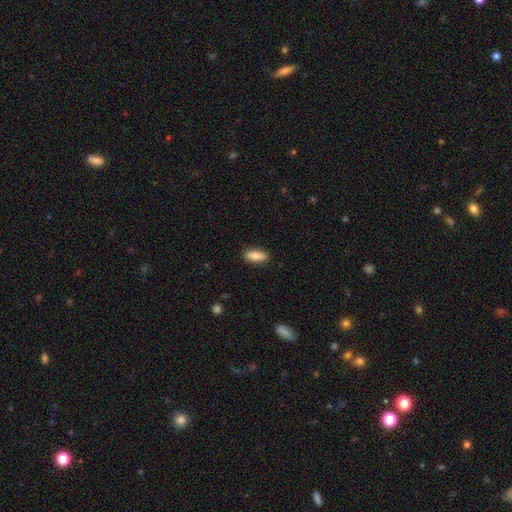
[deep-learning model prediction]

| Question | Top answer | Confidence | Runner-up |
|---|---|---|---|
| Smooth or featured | smooth | 83% | featured or disk (11%) |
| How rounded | in between | 79% | cigar-shaped (19%) |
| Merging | none | 88% | minor disturbance (9%) |